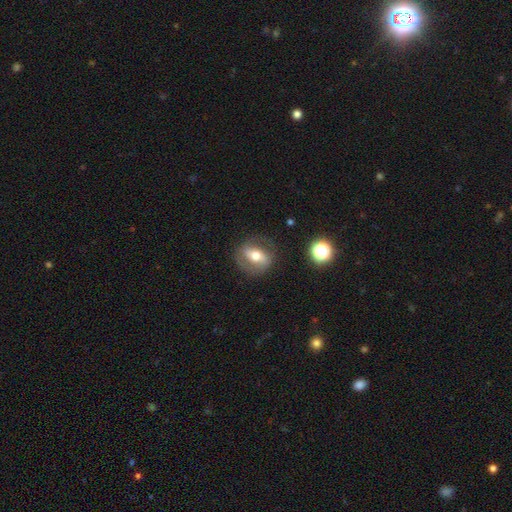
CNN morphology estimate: Smooth or featured?
  - featured or disk: 54% *
  - smooth: 37%
  - star or artifact: 9%
Edge-on disk?
  - no: 91% *
  - yes: 9%
Merging?
  - none: 75% *
  - minor disturbance: 15%
  - major disturbance: 8%
  - merger: 2%